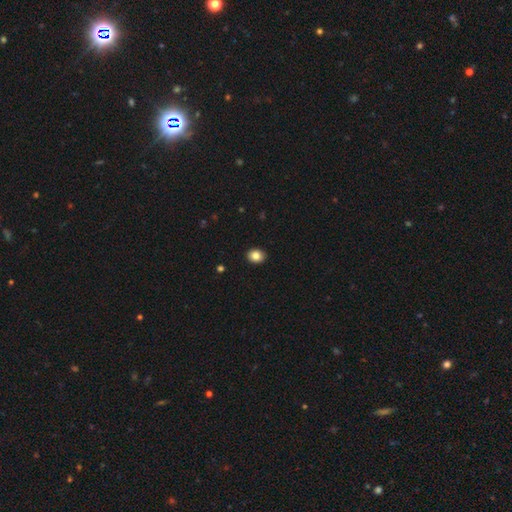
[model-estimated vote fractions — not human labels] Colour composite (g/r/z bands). It shows a smooth galaxy with no disk features (85%) that is round (51%). Merging: none (91%).